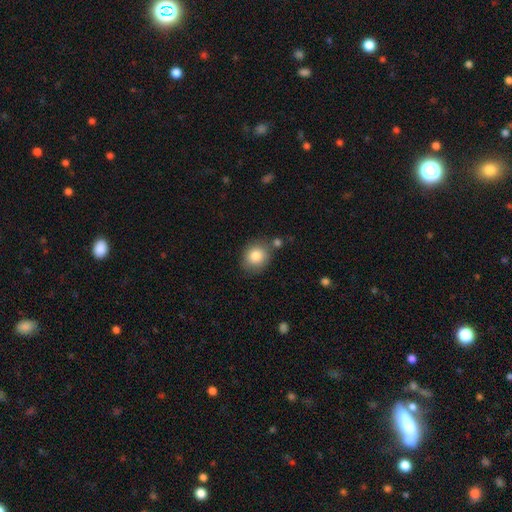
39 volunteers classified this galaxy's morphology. A smooth galaxy with no disk features (87%) that is round (76%). Merging: none (86%).